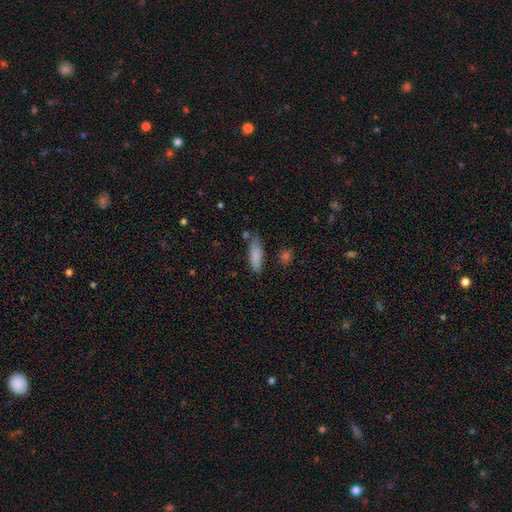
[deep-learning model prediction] Smooth or featured?
  - smooth: 84% *
  - featured or disk: 9%
  - star or artifact: 7%
How rounded?
  - in between: 53% *
  - cigar-shaped: 45%
  - round: 2%
Merging?
  - none: 69% *
  - minor disturbance: 20%
  - merger: 6%
  - major disturbance: 5%